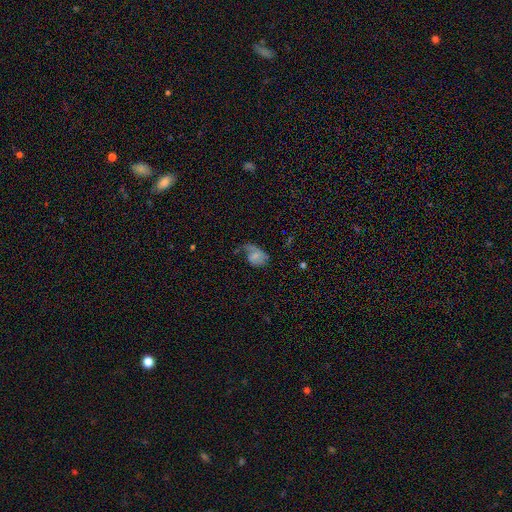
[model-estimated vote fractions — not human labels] A smooth galaxy with no disk features (52%) that is in between round and cigar-shaped (75%). Merging: major disturbance (43%).